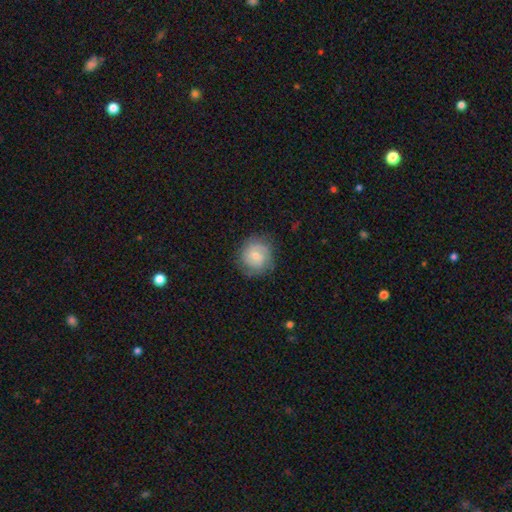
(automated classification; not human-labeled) This is possibly a smooth galaxy (50%). How rounded: clearly round (89%). Merging: likely none (78%).